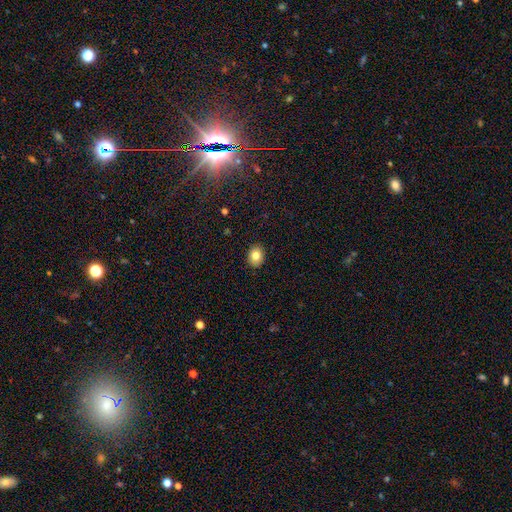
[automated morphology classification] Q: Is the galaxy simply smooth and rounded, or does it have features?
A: smooth — 82%.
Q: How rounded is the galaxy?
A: in between — 57%.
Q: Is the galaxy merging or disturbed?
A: none — 90%.